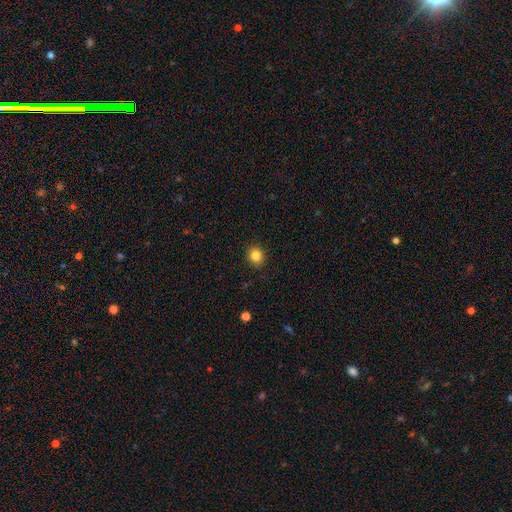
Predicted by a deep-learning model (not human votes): This appears to be a smooth galaxy with no disk features (85%) that is round (76%). Merging: none (89%).